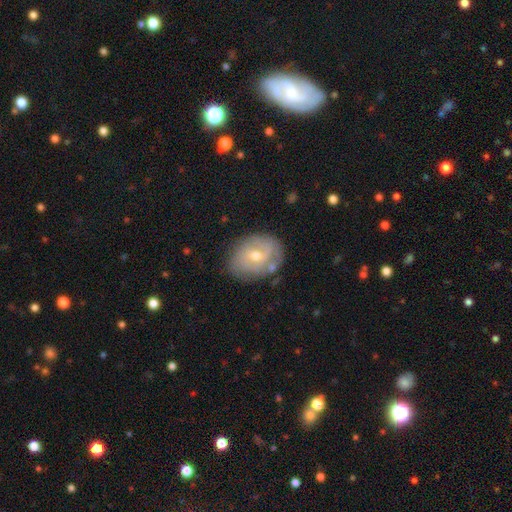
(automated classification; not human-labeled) This appears to be a featured or disk galaxy (58%) with no bar (53%), spiral arms (71%) and a moderate central bulge (56%). Merging: none (72%).